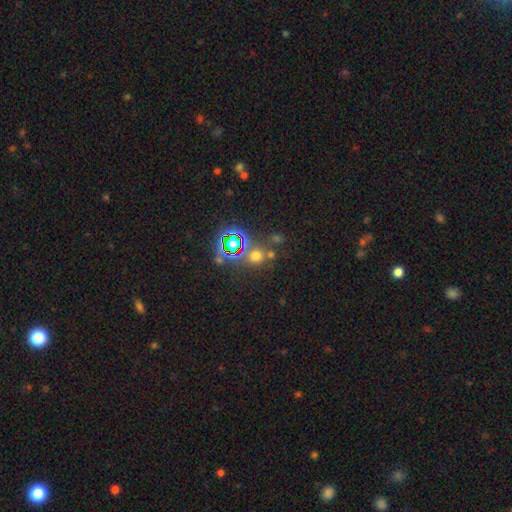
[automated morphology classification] type=smooth (50%); roundness=round (87%); merging=none (69%).